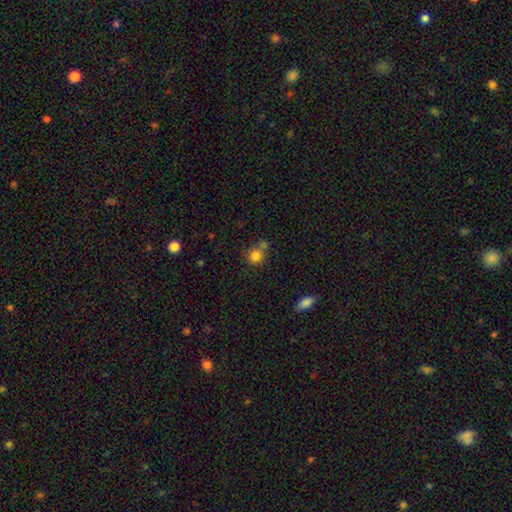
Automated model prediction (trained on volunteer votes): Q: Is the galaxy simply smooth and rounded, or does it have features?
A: smooth — 82%.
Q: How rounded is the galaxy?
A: round — 88%.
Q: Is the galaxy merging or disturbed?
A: none — 56%.